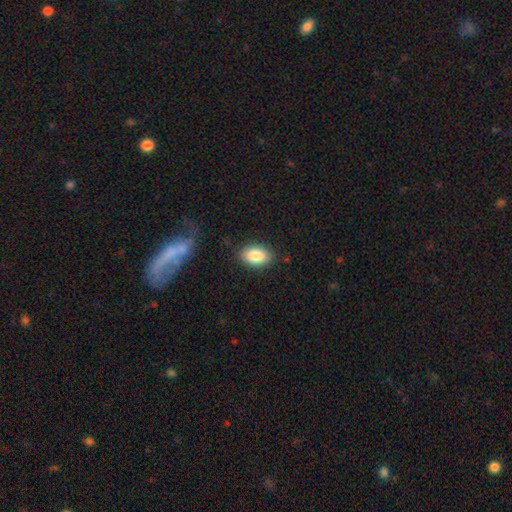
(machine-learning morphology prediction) Q: Smooth or featured?
A: smooth (86%); runner-up: star or artifact (7%)
Q: How rounded?
A: in between (90%); runner-up: round (9%)
Q: Merging?
A: none (85%); runner-up: minor disturbance (11%)